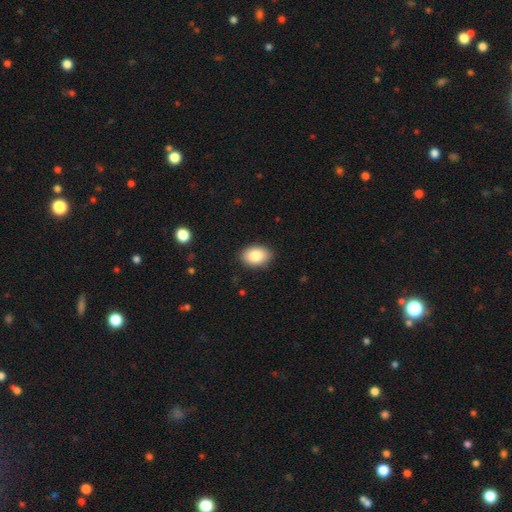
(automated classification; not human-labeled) Morphology: type=smooth (85%); roundness=in between (86%); merging=none (88%).